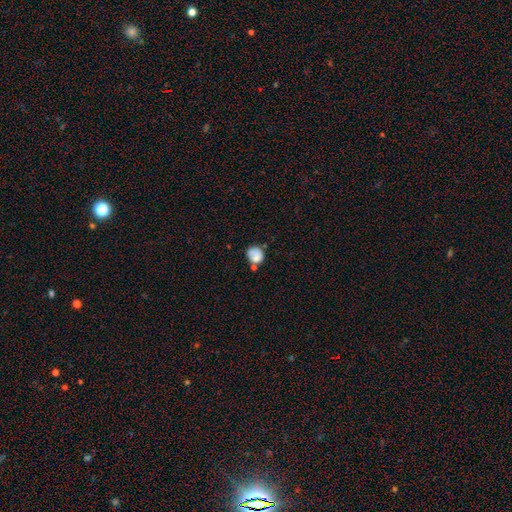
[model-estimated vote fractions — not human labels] This appears to be a smooth galaxy with no disk features (77%) that is round (64%). Merging: none (49%).